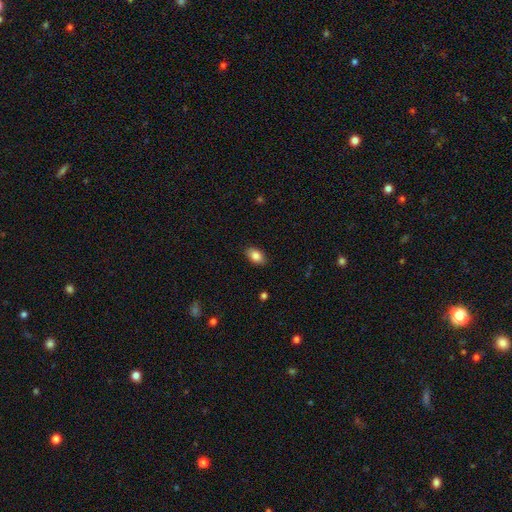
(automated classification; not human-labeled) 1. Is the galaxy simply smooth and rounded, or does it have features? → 85% smooth, 8% star or artifact, 7% featured or disk.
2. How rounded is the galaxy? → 88% in between, 10% round, 2% cigar-shaped.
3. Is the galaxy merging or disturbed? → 87% none, 9% minor disturbance, 2% major disturbance, 1% merger.